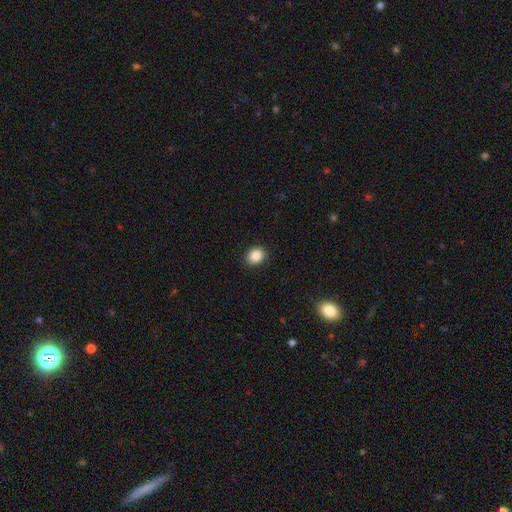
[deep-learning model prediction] Smooth or featured? Predicted: smooth (p=0.88). How rounded? Predicted: round (p=0.58). Merging? Predicted: none (p=0.91).